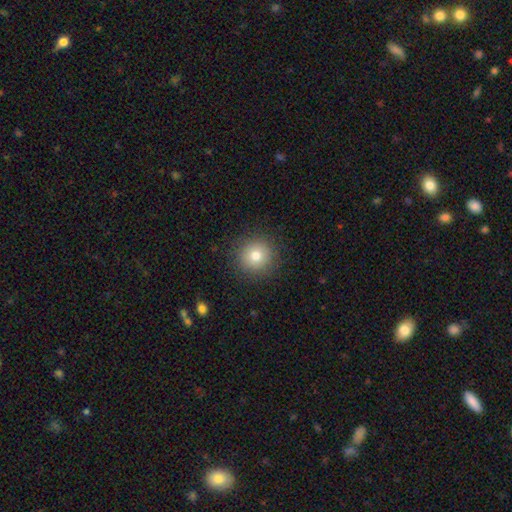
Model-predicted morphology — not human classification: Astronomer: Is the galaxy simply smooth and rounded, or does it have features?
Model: smooth — 78%.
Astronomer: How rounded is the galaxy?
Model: round — 94%.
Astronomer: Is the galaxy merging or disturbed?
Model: none — 90%.